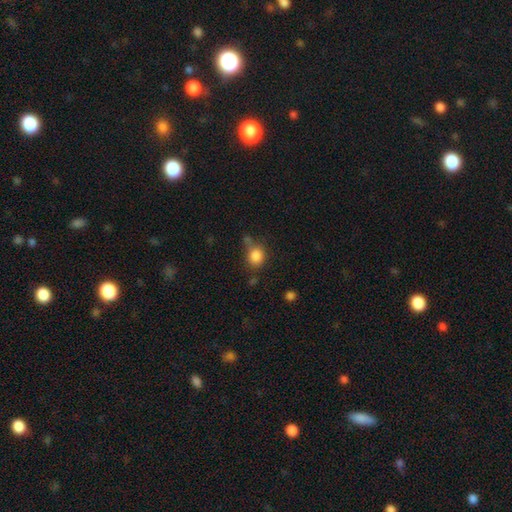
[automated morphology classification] This is clearly a smooth galaxy (84%). How rounded: likely round (74%). Merging: possibly none (60%).